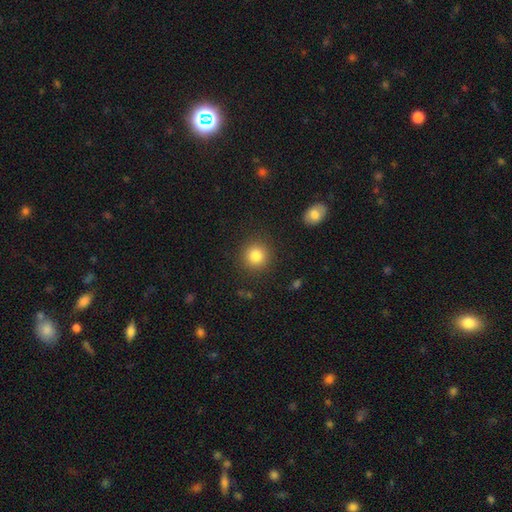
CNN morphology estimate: A smooth galaxy with no disk features (84%) that is round (93%). Merging: none (90%).